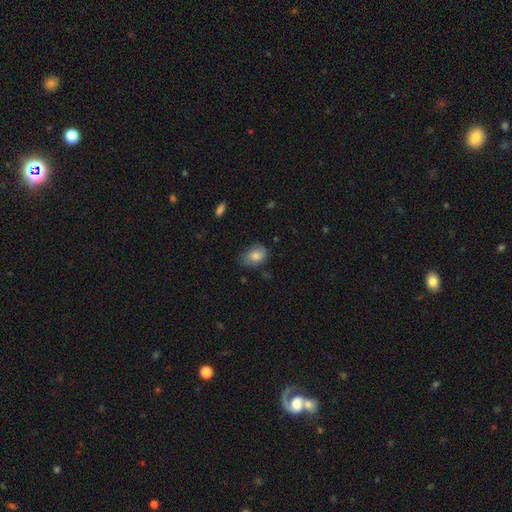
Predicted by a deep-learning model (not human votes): smooth 78%, featured or disk 14%, star or artifact 8%. Down the decision tree: how rounded — in between (66%); merging — none (58%).